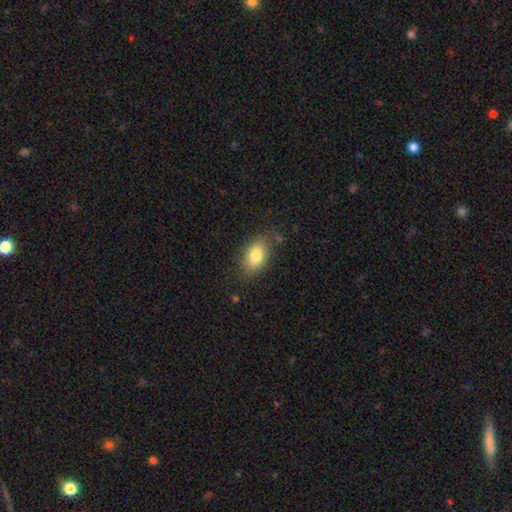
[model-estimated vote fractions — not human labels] Smooth or featured? Predicted: smooth (p=0.82). How rounded? Predicted: in between (p=0.88). Merging? Predicted: none (p=0.77).